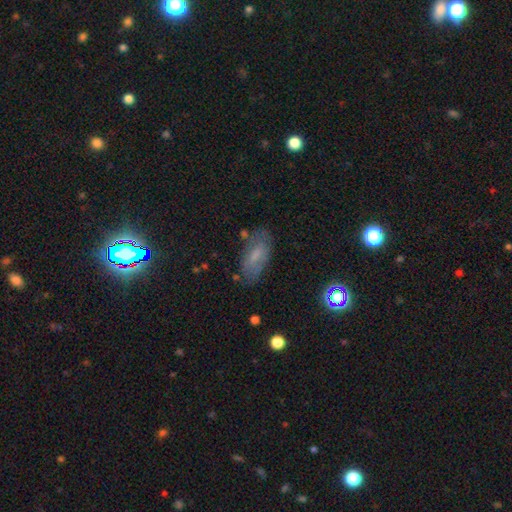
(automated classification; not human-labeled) This is possibly a smooth galaxy (54%). How rounded: clearly in between (84%). Merging: likely none (70%).